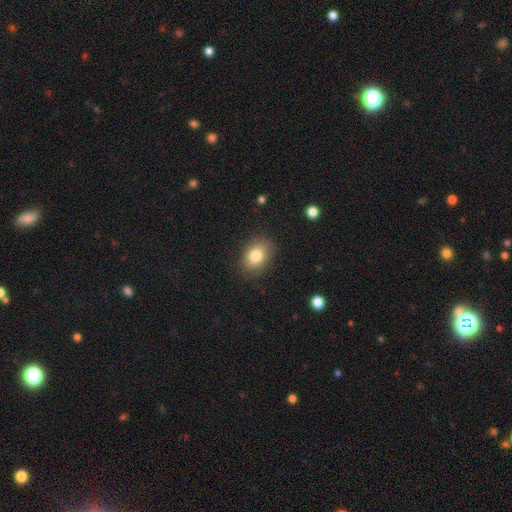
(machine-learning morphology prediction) The model was most divided on "how rounded": in between: 70%, round: 29%, cigar-shaped: 1%. More confident: merging — none (85%); smooth or featured — smooth (81%).